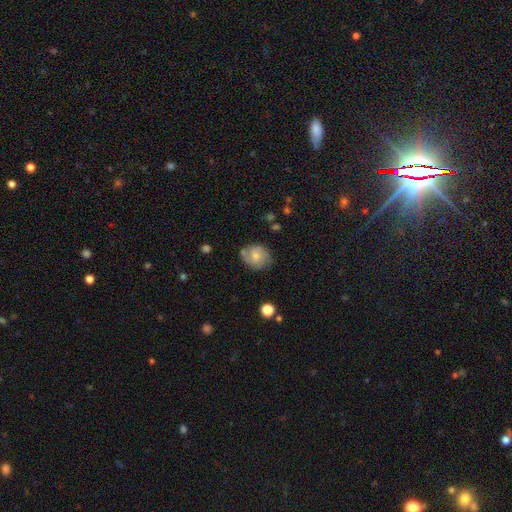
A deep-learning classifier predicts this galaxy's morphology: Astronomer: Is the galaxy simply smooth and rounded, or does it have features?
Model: smooth — 57% (runner-up: featured or disk, 35%).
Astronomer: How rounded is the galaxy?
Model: round — 65%.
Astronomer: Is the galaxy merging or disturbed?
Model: none — 64%.